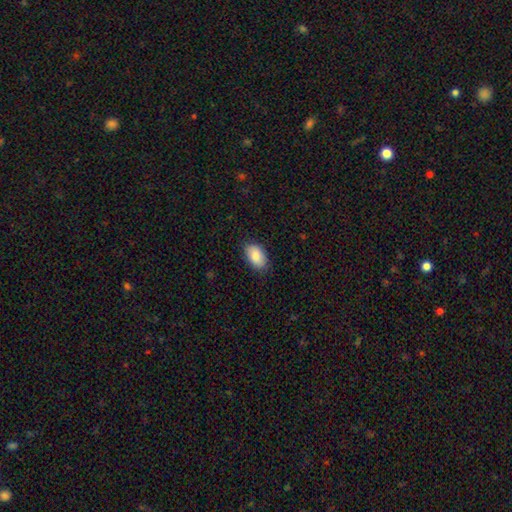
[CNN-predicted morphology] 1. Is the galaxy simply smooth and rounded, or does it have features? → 88% smooth, 7% star or artifact, 6% featured or disk.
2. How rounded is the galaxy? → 92% in between, 6% round, 1% cigar-shaped.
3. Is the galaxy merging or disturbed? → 84% none, 13% minor disturbance, 3% major disturbance, 1% merger.